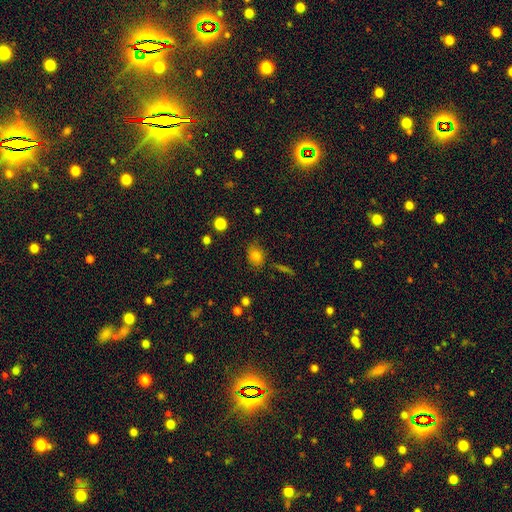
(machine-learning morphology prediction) Smooth or featured: smooth — 79% (star or artifact — 13%)
How rounded: round — 50% (in between — 48%)
Merging: none — 75% (minor disturbance — 17%)